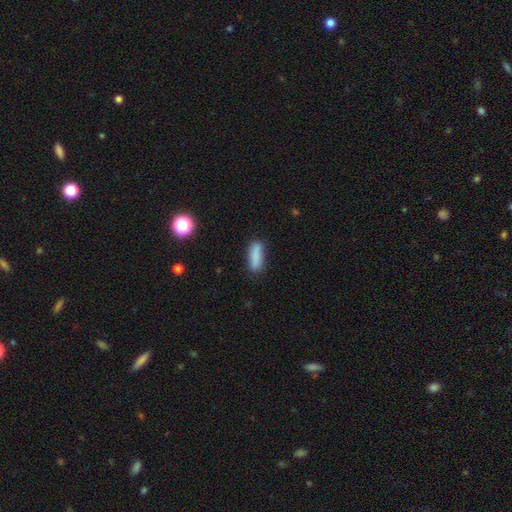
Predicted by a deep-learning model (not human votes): smooth-or-featured: smooth: 85% | star or artifact: 8% | featured or disk: 7%
  how-rounded: in between: 52% | cigar-shaped: 46% | round: 2%
  merging: none: 78% | minor disturbance: 16% | major disturbance: 4% | merger: 3%